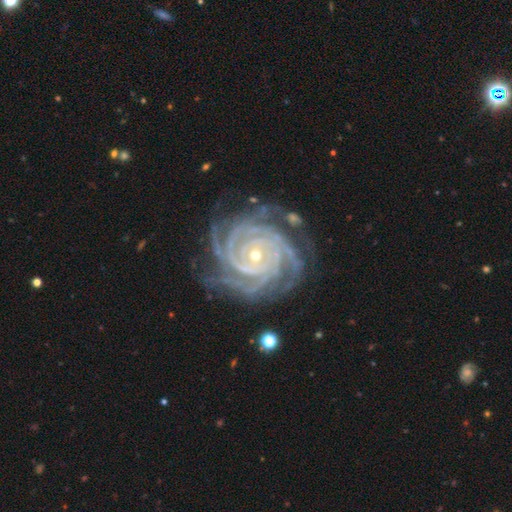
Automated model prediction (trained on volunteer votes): Smooth or featured?
  - featured or disk: 93% *
  - star or artifact: 4%
  - smooth: 2%
Edge-on disk?
  - no: 98% *
  - yes: 2%
Bar?
  - no: 66% *
  - weak: 22%
  - strong: 12%
Spiral arms?
  - yes: 99% *
  - no: 1%
Spiral winding?
  - tight: 85% *
  - medium: 13%
  - loose: 2%
Spiral arm count?
  - 4: 37% *
  - more than 4: 21%
  - 3: 18%
  - can't tell: 10%
  - 2: 8%
  - 1: 6%
Bulge size?
  - small: 65% *
  - moderate: 33%
  - large: 1%
  - none: 1%
  - dominant: 1%
Merging?
  - none: 74% *
  - minor disturbance: 18%
  - major disturbance: 6%
  - merger: 2%